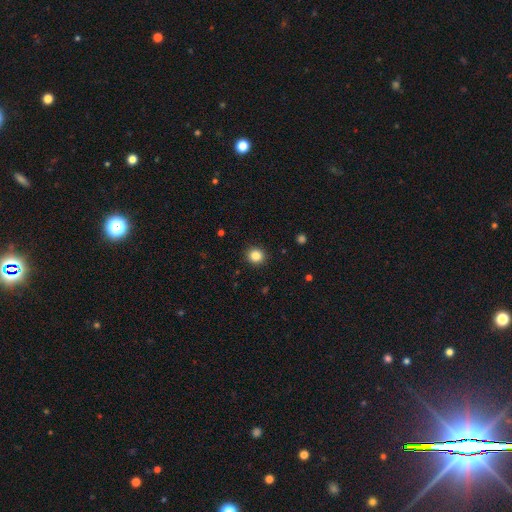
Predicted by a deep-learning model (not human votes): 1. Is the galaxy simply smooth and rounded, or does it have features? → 85% smooth, 11% star or artifact, 4% featured or disk.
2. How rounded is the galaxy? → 89% round, 10% in between, 1% cigar-shaped.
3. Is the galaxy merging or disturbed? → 92% none, 5% minor disturbance, 2% major disturbance, 1% merger.